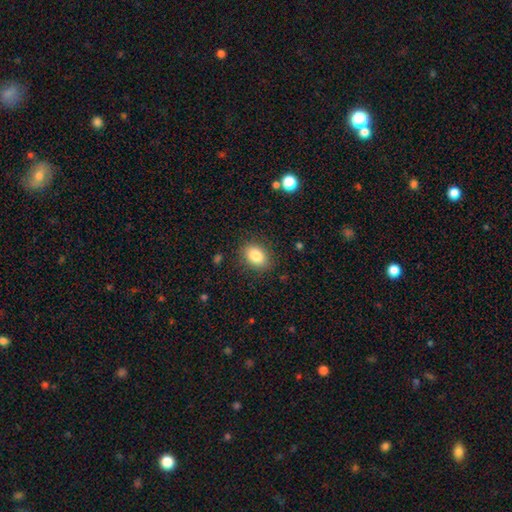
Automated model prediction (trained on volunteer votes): Q: Smooth or featured?
A: smooth (85%); runner-up: star or artifact (8%)
Q: How rounded?
A: in between (75%); runner-up: round (24%)
Q: Merging?
A: none (86%); runner-up: minor disturbance (10%)